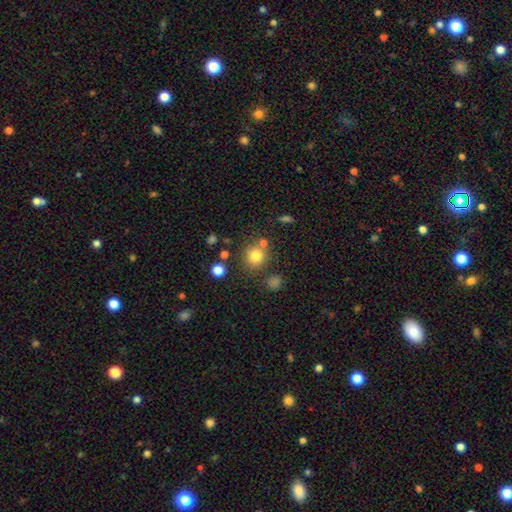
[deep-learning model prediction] smooth-or-featured: smooth: 79% | star or artifact: 13% | featured or disk: 8%
  how-rounded: round: 87% | in between: 12% | cigar-shaped: 1%
  merging: none: 74% | merger: 11% | minor disturbance: 10% | major disturbance: 4%